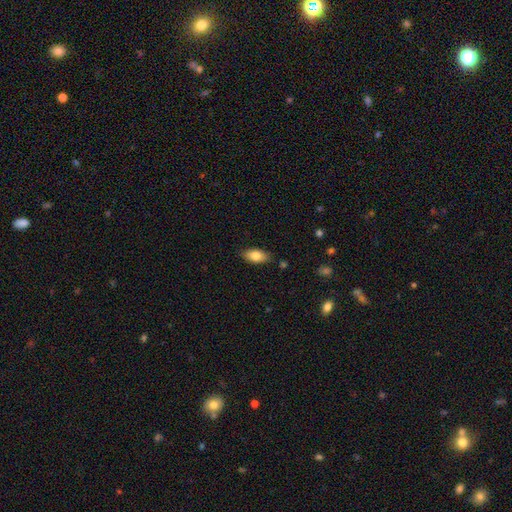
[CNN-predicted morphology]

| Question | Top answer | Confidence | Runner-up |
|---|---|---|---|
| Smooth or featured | smooth | 80% | featured or disk (12%) |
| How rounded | in between | 90% | cigar-shaped (6%) |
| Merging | none | 83% | minor disturbance (13%) |